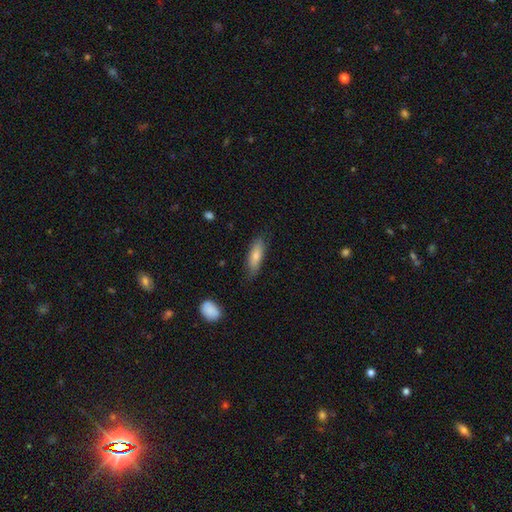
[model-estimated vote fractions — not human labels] Overall: smooth (79%). How rounded: in between (53%; cigar-shaped 45%). Merging: none (79%).